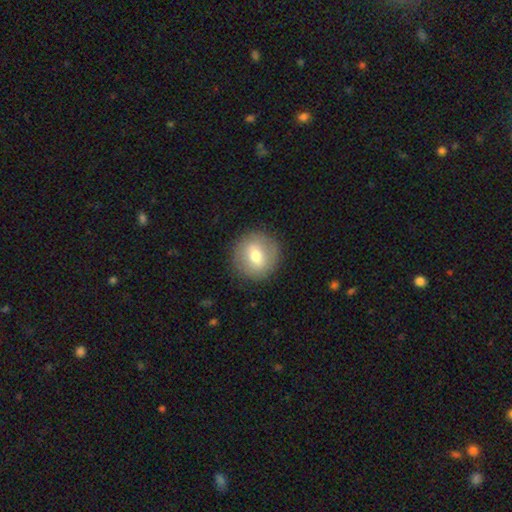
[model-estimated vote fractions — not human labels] A smooth galaxy with no disk features (63%) that is round (92%). Merging: none (89%).